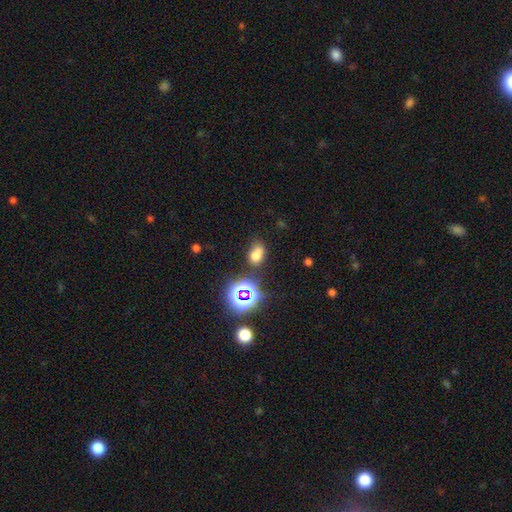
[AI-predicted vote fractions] A smooth galaxy with no disk features (67%) that is in between round and cigar-shaped (76%).

Vote fractions:
- Smooth or featured? smooth: 67% / star or artifact: 24% / featured or disk: 9%
- How rounded? in between: 76% / round: 22% / cigar-shaped: 2%
- Merging? none: 58% / minor disturbance: 22% / merger: 12% / major disturbance: 9%